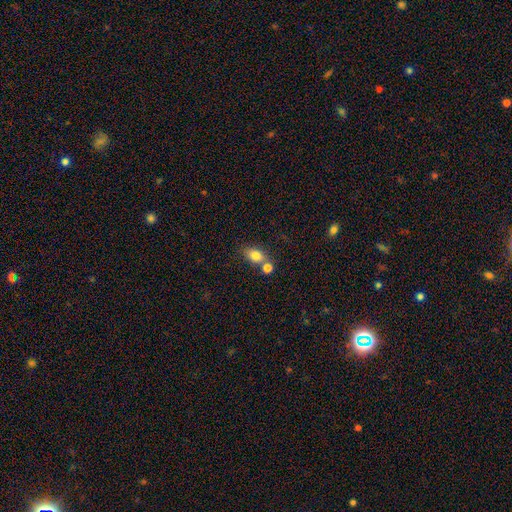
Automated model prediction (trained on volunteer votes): smooth_or_featured: smooth (p=0.80) [alt: featured or disk p=0.10]
how_rounded: in between (p=0.74) [alt: round p=0.23]
merging: none (p=0.48) [alt: merger p=0.36]